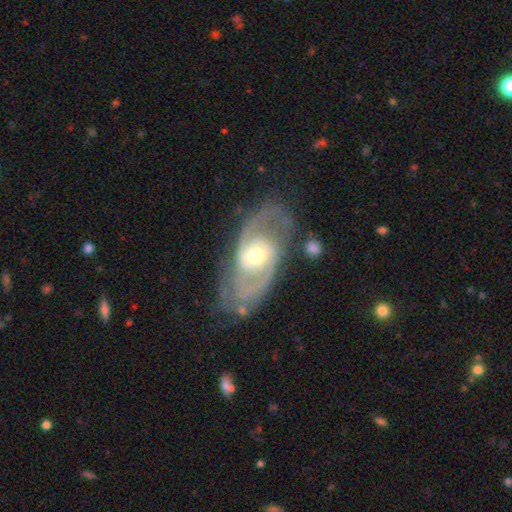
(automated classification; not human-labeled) Smooth or featured?
  - featured or disk: 88% *
  - smooth: 7%
  - star or artifact: 5%
Edge-on disk?
  - no: 95% *
  - yes: 5%
Bar?
  - no: 53% *
  - weak: 34%
  - strong: 13%
Spiral arms?
  - yes: 94% *
  - no: 6%
Spiral winding?
  - medium: 49% *
  - tight: 33%
  - loose: 18%
Spiral arm count?
  - 2: 86% *
  - can't tell: 6%
  - 3: 3%
  - 1: 2%
  - 4: 1%
  - more than 4: 1%
Bulge size?
  - moderate: 64% *
  - small: 28%
  - large: 6%
  - dominant: 1%
  - none: 1%
Merging?
  - none: 72% *
  - minor disturbance: 17%
  - major disturbance: 8%
  - merger: 3%